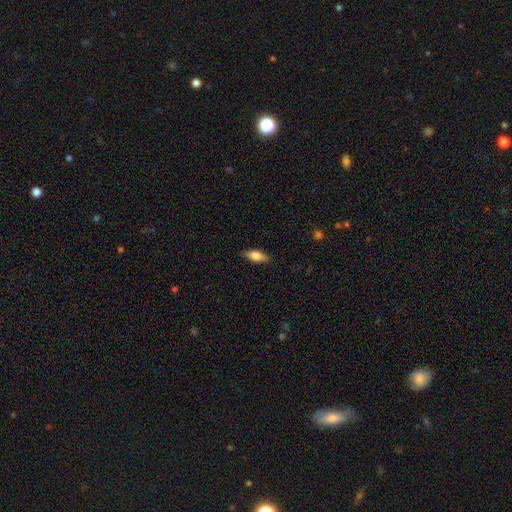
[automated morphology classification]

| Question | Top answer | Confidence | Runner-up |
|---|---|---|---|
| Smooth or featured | smooth | 71% | featured or disk (22%) |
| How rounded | in between | 71% | cigar-shaped (26%) |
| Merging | none | 86% | minor disturbance (11%) |